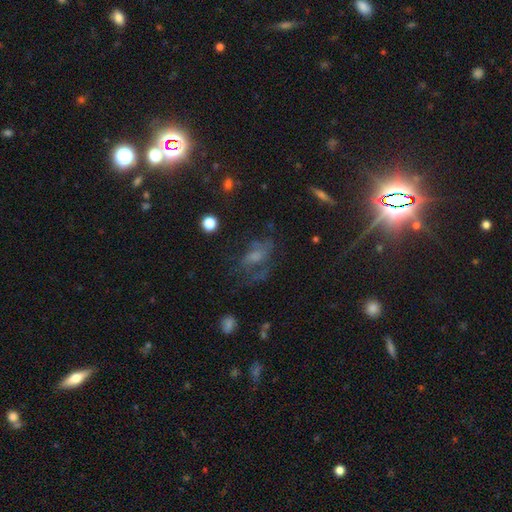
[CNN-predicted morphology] Smooth or featured: featured or disk — 46% (smooth — 31%)
Merging: none — 44% (major disturbance — 32%)